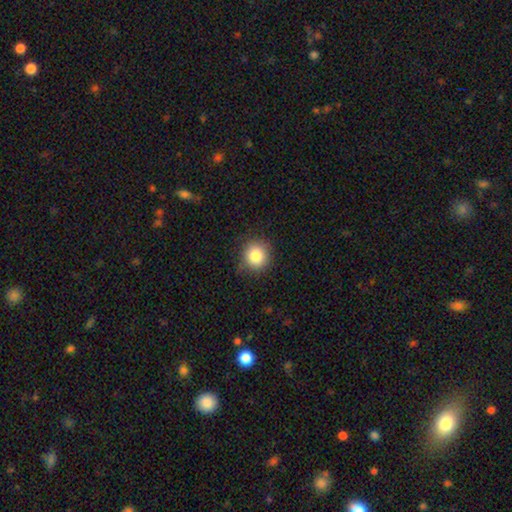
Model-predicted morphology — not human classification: A smooth galaxy with no disk features (84%) that is round (90%).

Vote fractions:
- Smooth or featured? smooth: 84% / star or artifact: 10% / featured or disk: 6%
- How rounded? round: 90% / in between: 9% / cigar-shaped: 1%
- Merging? none: 84% / minor disturbance: 12% / major disturbance: 3% / merger: 1%